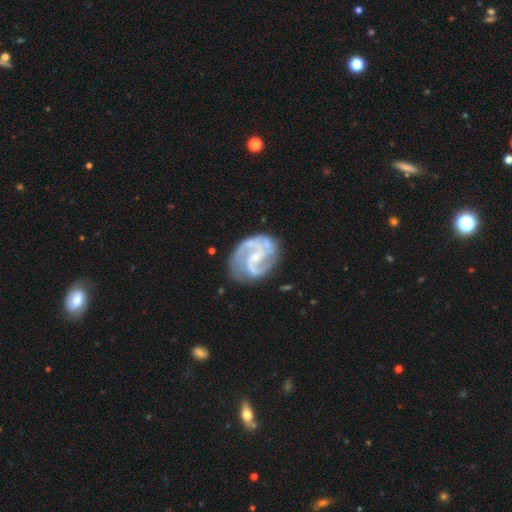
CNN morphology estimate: smooth_or_featured: featured or disk (p=0.90) [alt: smooth p=0.05]
disk_edge_on: no (p=0.98) [alt: yes p=0.02]
bar: weak (p=0.46) [alt: no p=0.40]
has_spiral_arms: yes (p=0.97) [alt: no p=0.03]
spiral_winding: medium (p=0.52) [alt: tight p=0.33]
spiral_arm_count: 2 (p=0.67) [alt: 3 p=0.15]
bulge_size: small (p=0.67) [alt: moderate p=0.26]
merging: none (p=0.69) [alt: minor disturbance p=0.19]